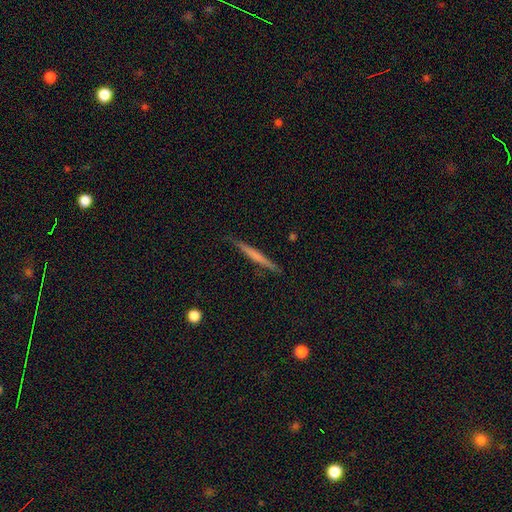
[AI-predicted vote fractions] smooth_or_featured: smooth (p=0.49) [alt: featured or disk p=0.46]
merging: none (p=0.88) [alt: minor disturbance p=0.09]